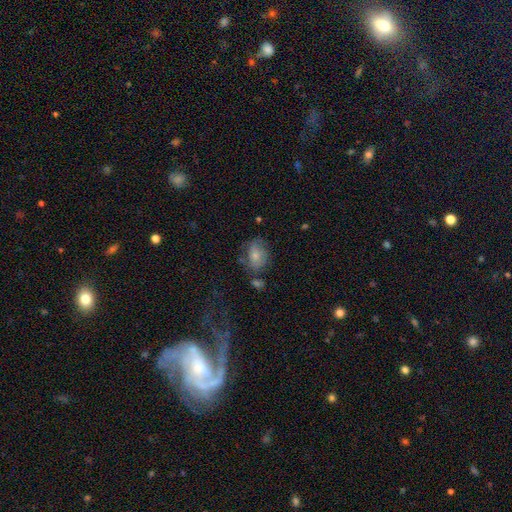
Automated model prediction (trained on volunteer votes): smooth_or_featured: smooth (p=0.71) [alt: featured or disk p=0.21]
how_rounded: in between (p=0.74) [alt: round p=0.25]
merging: none (p=0.51) [alt: minor disturbance p=0.27]